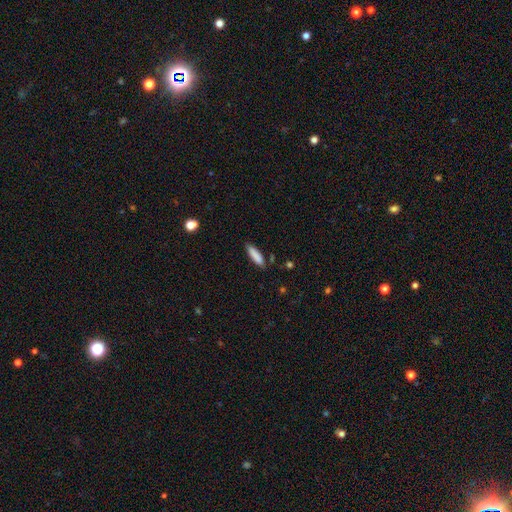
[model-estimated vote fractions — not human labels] smooth 86%, featured or disk 8%, star or artifact 7%. Down the decision tree: how rounded — cigar-shaped (70%); merging — none (82%).